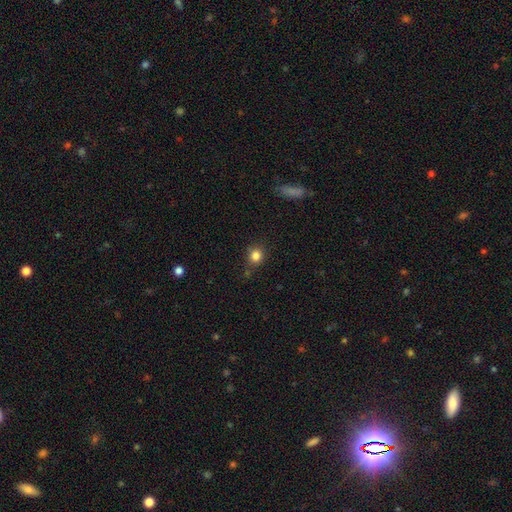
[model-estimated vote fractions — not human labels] smooth 83%, star or artifact 12%, featured or disk 5%. Down the decision tree: how rounded — round (84%); merging — none (77%).